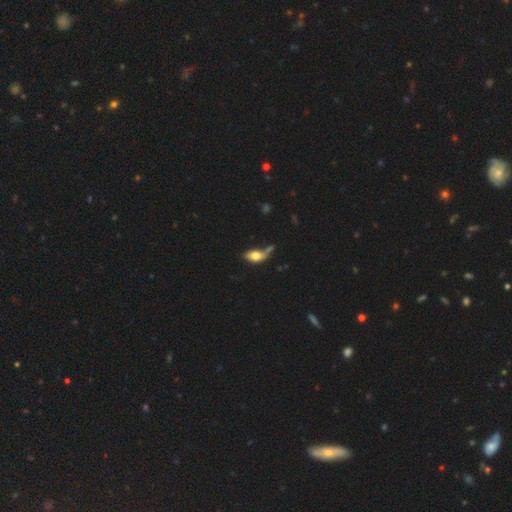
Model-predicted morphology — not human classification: Overall: smooth (67%). How rounded: in between (83%). Merging: none (34%; merger 25%).